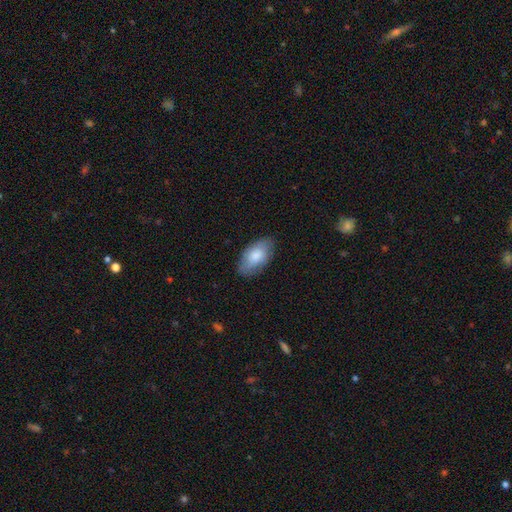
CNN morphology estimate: This appears to be a smooth galaxy with no disk features (79%) that is in between round and cigar-shaped (94%). Merging: none (81%).